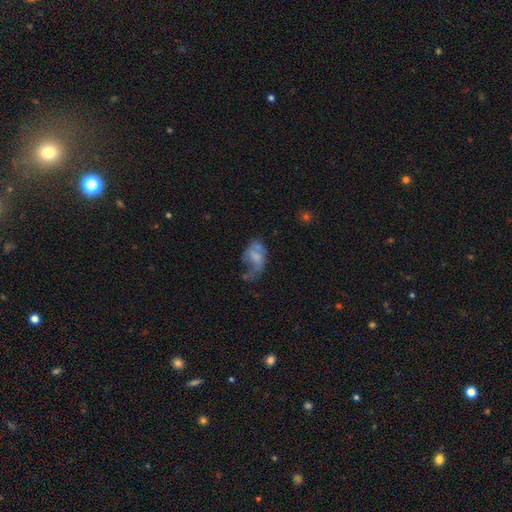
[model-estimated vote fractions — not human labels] Q: Smooth or featured?
A: featured or disk (45%); runner-up: smooth (43%)
Q: Merging?
A: major disturbance (44%); runner-up: none (24%)